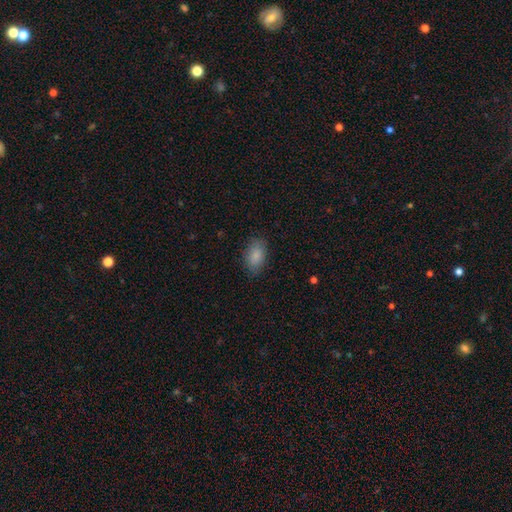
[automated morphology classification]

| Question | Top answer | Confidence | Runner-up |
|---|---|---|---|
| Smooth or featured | smooth | 87% | star or artifact (7%) |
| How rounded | in between | 92% | round (5%) |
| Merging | none | 84% | minor disturbance (12%) |